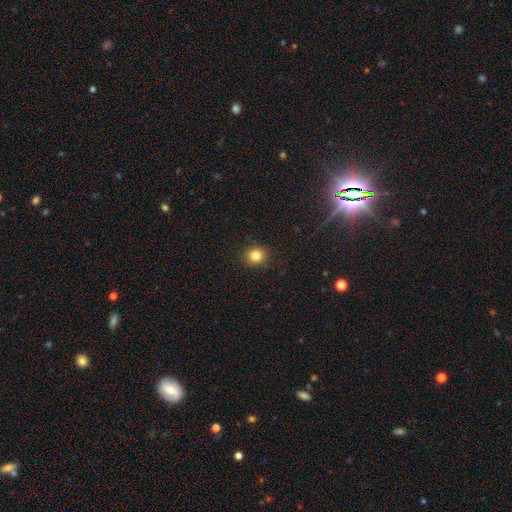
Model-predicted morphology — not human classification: The model was most divided on "smooth or featured": smooth: 82%, star or artifact: 12%, featured or disk: 6%. More confident: merging — none (90%); how rounded — round (86%).